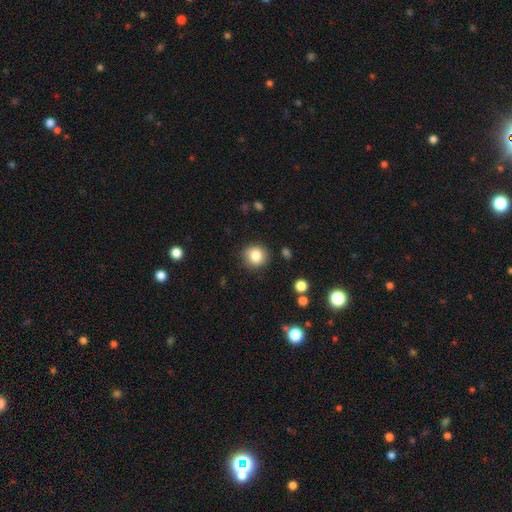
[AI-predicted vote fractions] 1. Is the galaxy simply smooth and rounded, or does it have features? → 83% smooth, 10% star or artifact, 7% featured or disk.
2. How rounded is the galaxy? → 89% round, 11% in between, 1% cigar-shaped.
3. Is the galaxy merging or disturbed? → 89% none, 8% minor disturbance, 2% major disturbance, 1% merger.